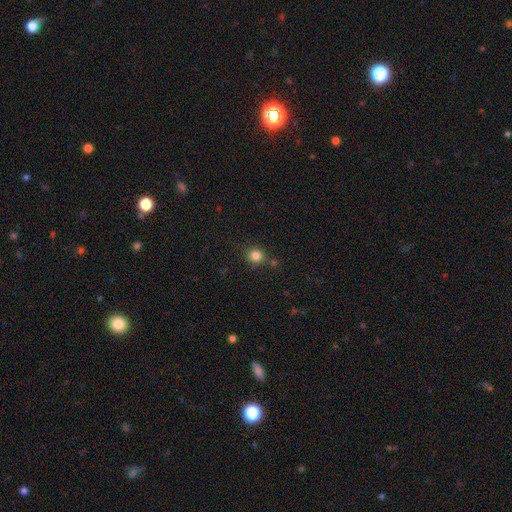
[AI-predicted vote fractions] smooth-or-featured: smooth: 82% | star or artifact: 13% | featured or disk: 5%
  how-rounded: round: 89% | in between: 10% | cigar-shaped: 1%
  merging: none: 79% | minor disturbance: 11% | merger: 7% | major disturbance: 3%